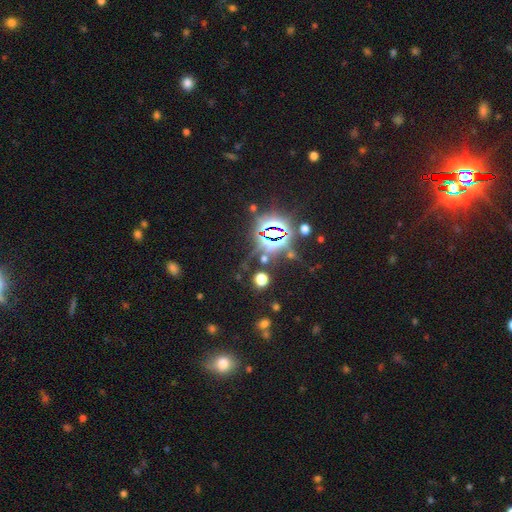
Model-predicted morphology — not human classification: Q: Smooth or featured?
A: star or artifact (81%); runner-up: smooth (11%)